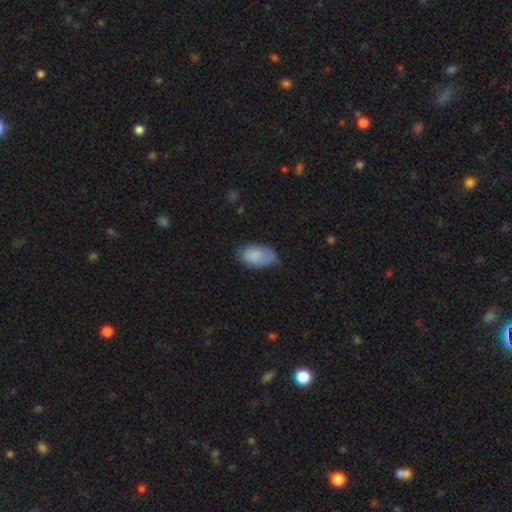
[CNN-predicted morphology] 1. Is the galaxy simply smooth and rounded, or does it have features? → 83% smooth, 11% featured or disk, 7% star or artifact.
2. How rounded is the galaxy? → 94% in between, 4% round, 2% cigar-shaped.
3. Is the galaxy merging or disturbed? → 59% none, 31% minor disturbance, 8% major disturbance, 2% merger.